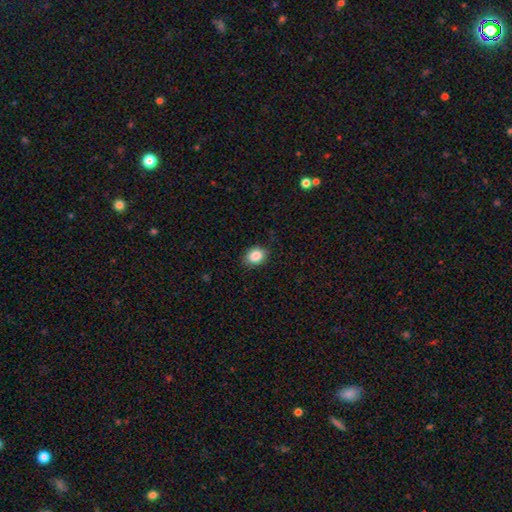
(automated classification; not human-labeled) Smooth or featured? Predicted: smooth (p=0.87). How rounded? Predicted: in between (p=0.55). Merging? Predicted: none (p=0.82).